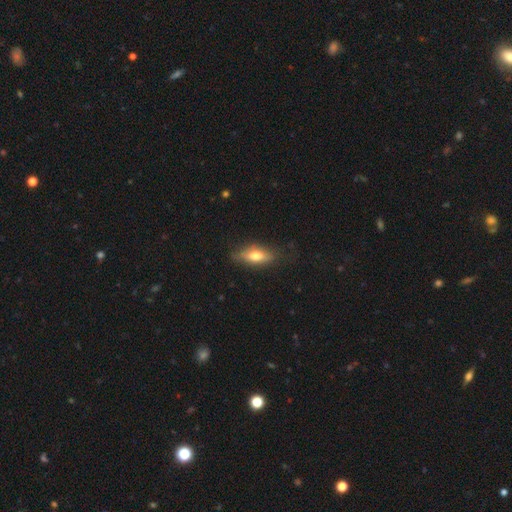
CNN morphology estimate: smooth_or_featured: smooth (p=0.65) [alt: featured or disk p=0.28]
how_rounded: in between (p=0.72) [alt: cigar-shaped p=0.24]
merging: none (p=0.71) [alt: minor disturbance p=0.21]